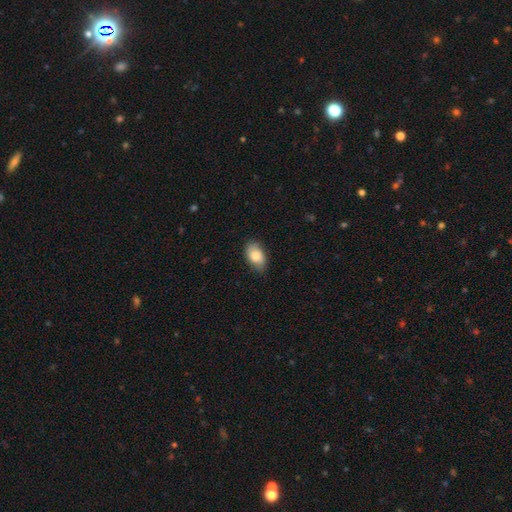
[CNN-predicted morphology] smooth 84%, featured or disk 10%, star or artifact 6%. Down the decision tree: how rounded — in between (92%); merging — none (80%).